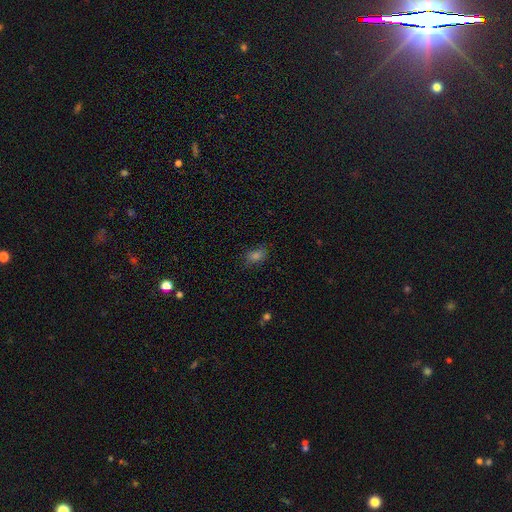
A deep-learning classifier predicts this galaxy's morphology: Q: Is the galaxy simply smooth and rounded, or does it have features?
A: smooth — 63%.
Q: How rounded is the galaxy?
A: in between — 72%.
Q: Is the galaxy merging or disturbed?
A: none — 78%.